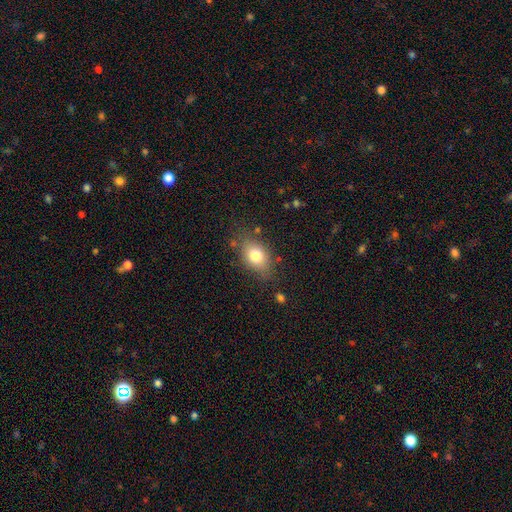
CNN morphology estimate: A smooth galaxy with no disk features (78%) that is in between round and cigar-shaped (77%).

Vote fractions:
- Smooth or featured? smooth: 78% / featured or disk: 13% / star or artifact: 9%
- How rounded? in between: 77% / round: 21% / cigar-shaped: 2%
- Merging? none: 75% / minor disturbance: 18% / major disturbance: 5% / merger: 2%